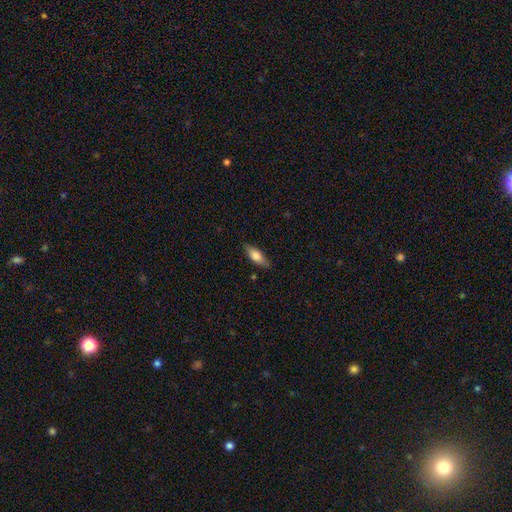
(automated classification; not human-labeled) A smooth galaxy with no disk features (71%) that is in between round and cigar-shaped (70%).

Vote fractions:
- Smooth or featured? smooth: 71% / featured or disk: 22% / star or artifact: 7%
- How rounded? in between: 70% / cigar-shaped: 27% / round: 3%
- Merging? none: 82% / minor disturbance: 14% / major disturbance: 3% / merger: 1%